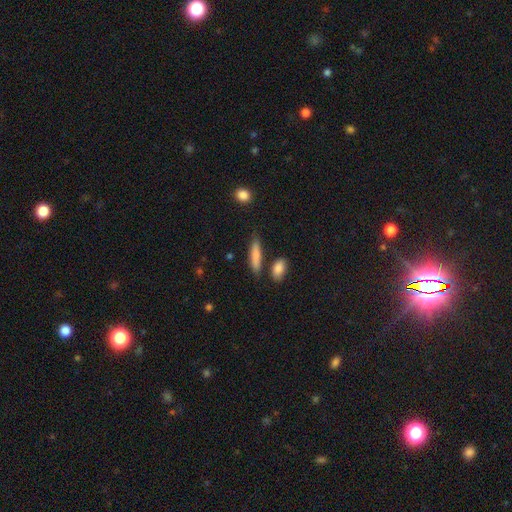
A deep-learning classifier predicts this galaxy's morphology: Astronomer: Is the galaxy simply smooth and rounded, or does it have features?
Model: smooth — 81%.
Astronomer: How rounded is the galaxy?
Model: cigar-shaped — 75%.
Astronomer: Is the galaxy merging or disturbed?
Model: none — 78%.